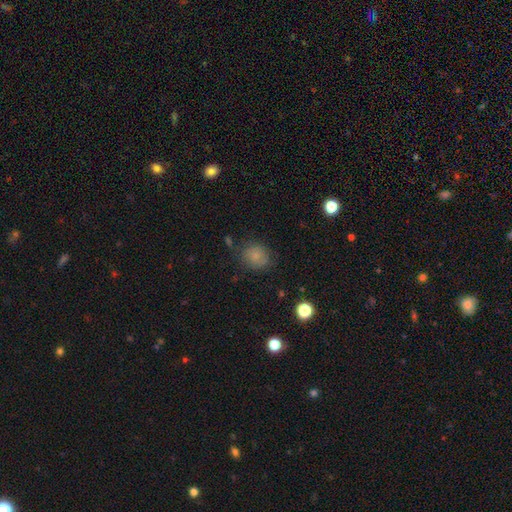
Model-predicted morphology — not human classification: smooth-or-featured: smooth: 80% | star or artifact: 12% | featured or disk: 8%
  how-rounded: round: 76% | in between: 23% | cigar-shaped: 1%
  merging: none: 76% | minor disturbance: 16% | major disturbance: 5% | merger: 3%